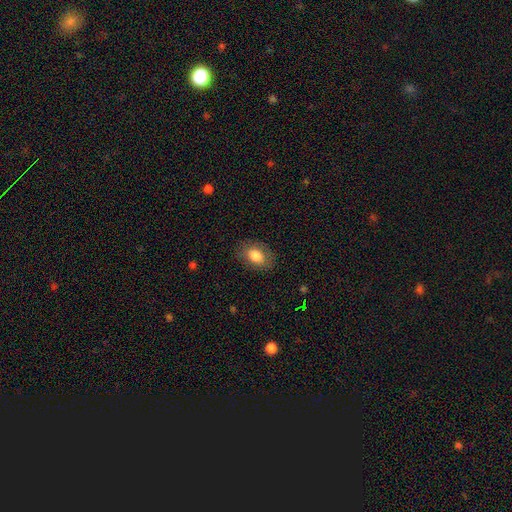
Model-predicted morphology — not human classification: smooth_or_featured: smooth (p=0.80) [alt: featured or disk p=0.12]
how_rounded: in between (p=0.80) [alt: round p=0.18]
merging: none (p=0.82) [alt: minor disturbance p=0.13]